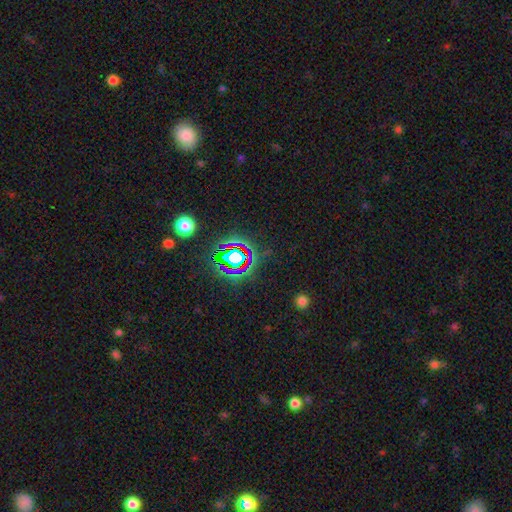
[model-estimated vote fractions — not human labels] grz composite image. It shows a star or artifact, not a galaxy (67%).